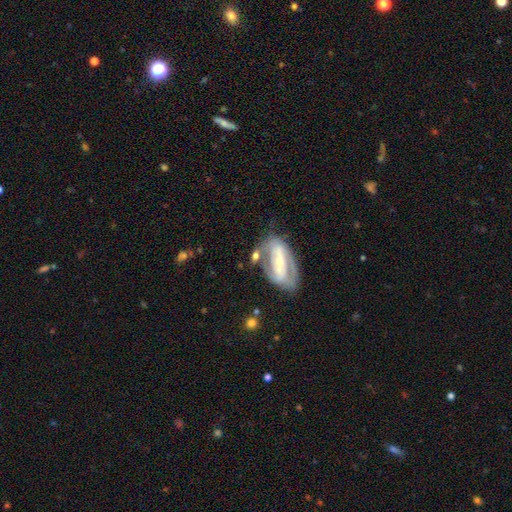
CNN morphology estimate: smooth-or-featured: featured or disk: 75% | smooth: 19% | star or artifact: 6%
  disk-edge-on: no: 92% | yes: 8%
    bar: strong: 56% | weak: 23% | no: 20%
    has-spiral-arms: yes: 73% | no: 27%
      spiral-winding: medium: 42% | tight: 38% | loose: 20%
      spiral-arm-count: 2: 77% | can't tell: 14% | 1: 5% | 3: 2% | 4: 1% | more than 4: 1%
    bulge-size: small: 55% | moderate: 39% | large: 3% | none: 2% | dominant: 1%
  merging: none: 55% | minor disturbance: 21% | major disturbance: 14% | merger: 11%